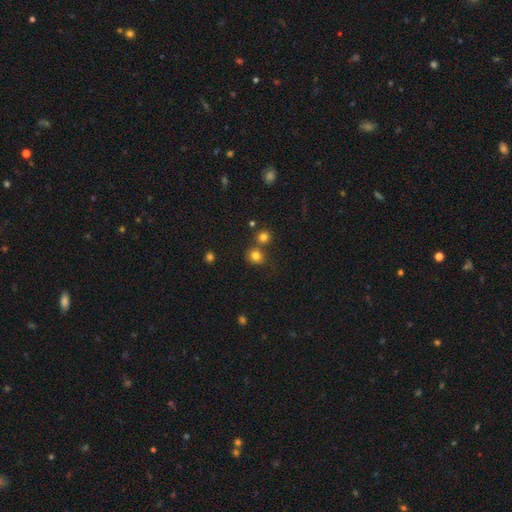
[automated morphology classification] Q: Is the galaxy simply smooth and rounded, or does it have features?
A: smooth — 78%.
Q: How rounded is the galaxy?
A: round — 81%.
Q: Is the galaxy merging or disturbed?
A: none — 67%.